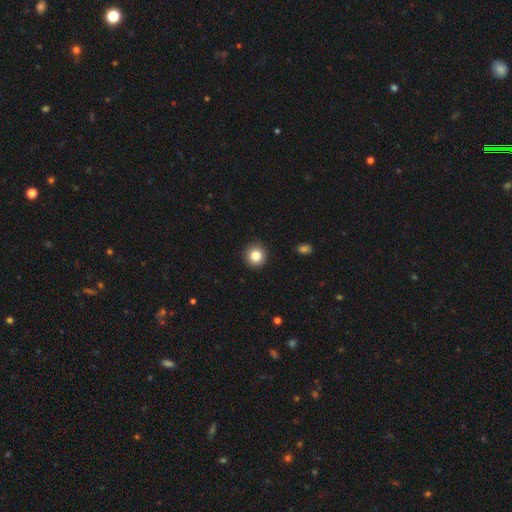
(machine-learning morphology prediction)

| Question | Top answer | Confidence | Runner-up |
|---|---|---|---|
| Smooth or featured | smooth | 84% | star or artifact (10%) |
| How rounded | round | 94% | in between (5%) |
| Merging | none | 92% | minor disturbance (5%) |